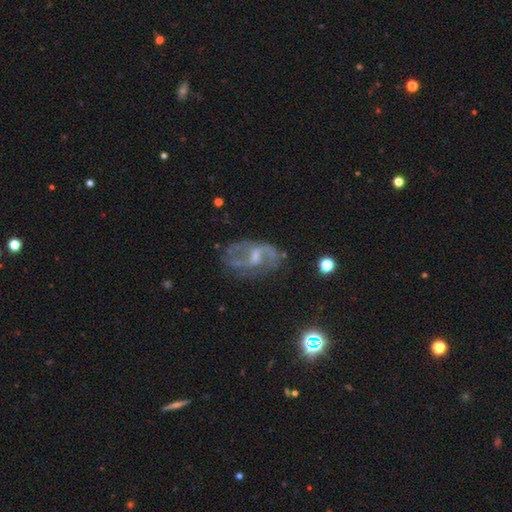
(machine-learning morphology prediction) Smooth or featured?
  - featured or disk: 77% *
  - smooth: 13%
  - star or artifact: 11%
Edge-on disk?
  - no: 96% *
  - yes: 4%
Bar?
  - weak: 54% *
  - no: 30%
  - strong: 16%
Spiral arms?
  - yes: 82% *
  - no: 18%
Spiral winding?
  - loose: 56% *
  - medium: 33%
  - tight: 10%
Spiral arm count?
  - 2: 73% *
  - can't tell: 14%
  - 1: 7%
  - 3: 3%
  - 4: 2%
  - more than 4: 2%
Bulge size?
  - small: 50% *
  - moderate: 30%
  - none: 17%
  - large: 2%
  - dominant: 1%
Merging?
  - none: 60% *
  - minor disturbance: 20%
  - major disturbance: 17%
  - merger: 3%